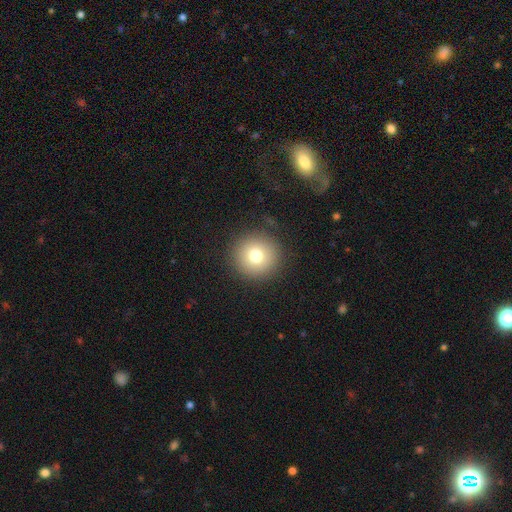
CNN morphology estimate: This appears to be a smooth galaxy with no disk features (76%) that is round (96%). Merging: none (90%).